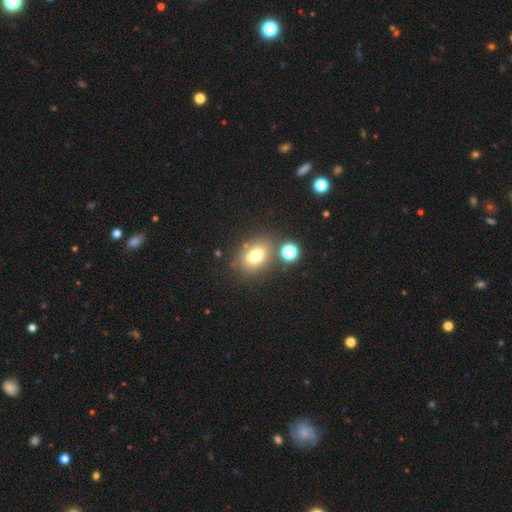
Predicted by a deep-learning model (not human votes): Overall: smooth (73%). How rounded: in between (64%; round 34%). Merging: none (70%).